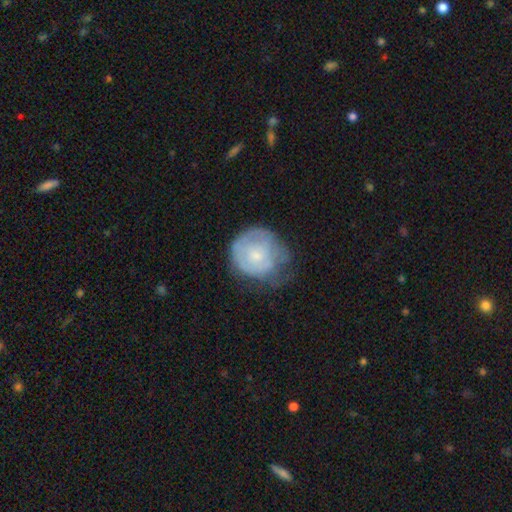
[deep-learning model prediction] Smooth or featured? smooth (50%)
How rounded? round (81%)
Merging? none (38%)